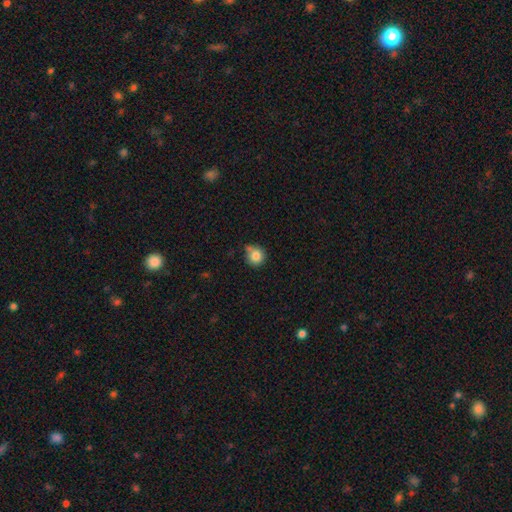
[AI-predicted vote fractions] A smooth galaxy with no disk features (82%) that is round (90%).

Vote fractions:
- Smooth or featured? smooth: 82% / star or artifact: 10% / featured or disk: 8%
- How rounded? round: 90% / in between: 9% / cigar-shaped: 1%
- Merging? none: 58% / minor disturbance: 26% / merger: 9% / major disturbance: 6%